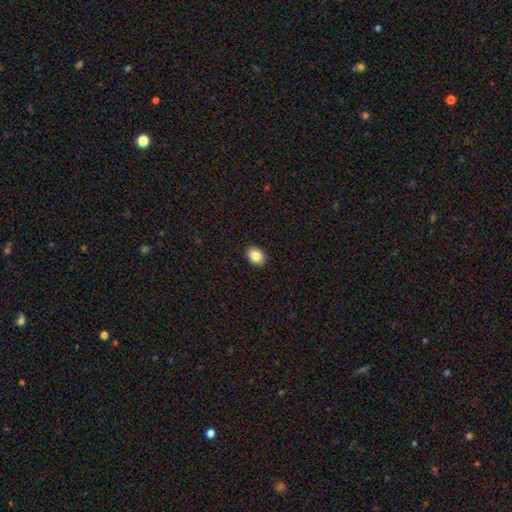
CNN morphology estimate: This appears to be a smooth galaxy with no disk features (86%) that is in between round and cigar-shaped (66%). Merging: none (91%).